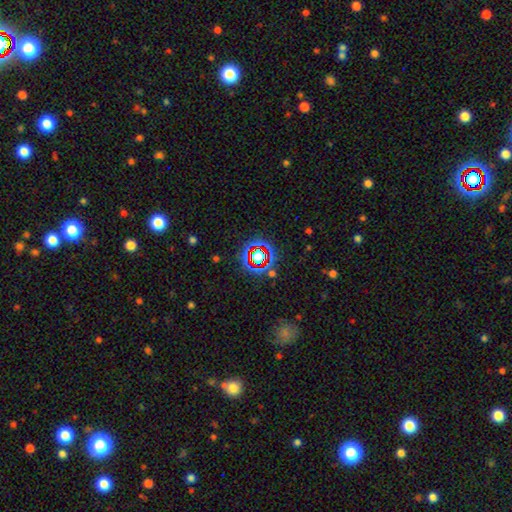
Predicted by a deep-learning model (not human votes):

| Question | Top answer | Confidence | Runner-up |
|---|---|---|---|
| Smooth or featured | star or artifact | 71% | smooth (18%) |